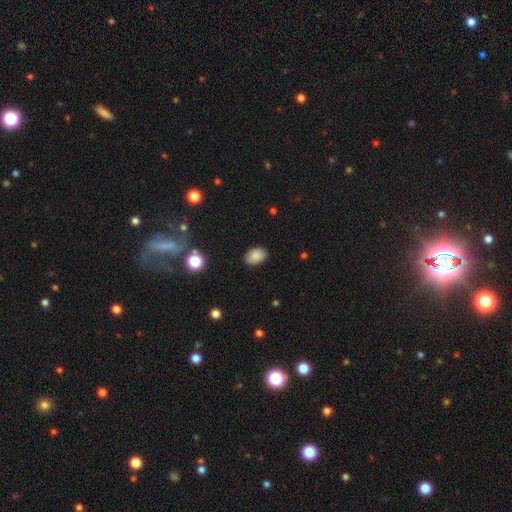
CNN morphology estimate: This appears to be a smooth galaxy with no disk features (87%) that is in between round and cigar-shaped (84%). Merging: none (87%).